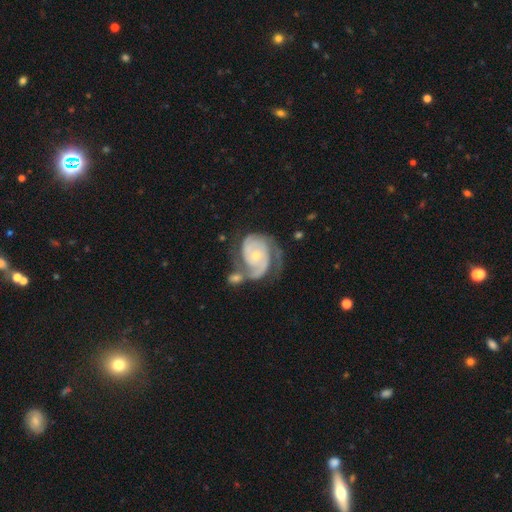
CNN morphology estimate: A featured or disk galaxy (90%) with no bar (73%), 2 (72%) tight (54%) spiral arms (97%) and a small central bulge (62%).

Vote fractions:
- Smooth or featured? featured or disk: 90% / smooth: 6% / star or artifact: 4%
- Edge-on disk? no: 98% / yes: 2%
- Bar? no: 73% / weak: 21% / strong: 5%
- Spiral arms? yes: 97% / no: 3%
- Spiral winding? tight: 54% / medium: 36% / loose: 11%
- Spiral arm count? 2: 72% / 3: 11% / can't tell: 8% / 1: 6% / 4: 2% / more than 4: 2%
- Bulge size? small: 62% / moderate: 34% / large: 1% / none: 1% / dominant: 1%
- Merging? none: 43% / minor disturbance: 20% / merger: 19% / major disturbance: 18%